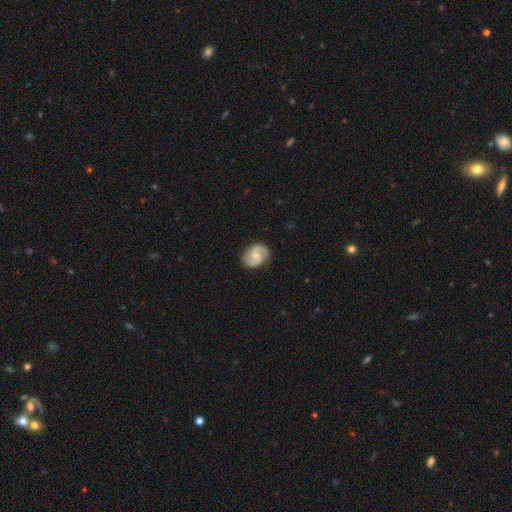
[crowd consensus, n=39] A featured or disk galaxy (87%) with no bar (56%), 2 (91%) medium (68%) spiral arms (100%) and a small central bulge (53%). Merging: none (89%).